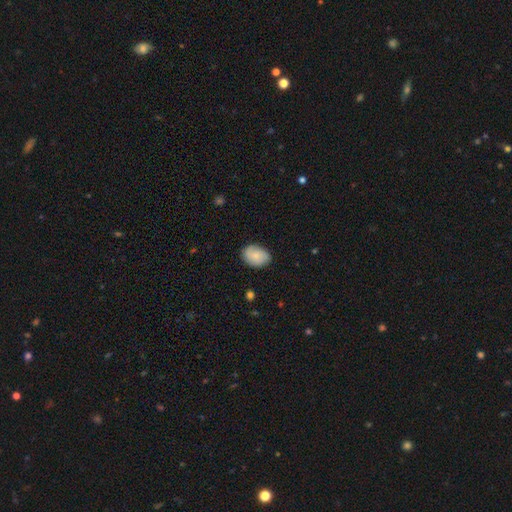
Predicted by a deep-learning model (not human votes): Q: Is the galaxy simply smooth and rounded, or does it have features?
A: smooth — 73%.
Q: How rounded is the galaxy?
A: in between — 75%.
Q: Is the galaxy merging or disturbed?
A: none — 79%.